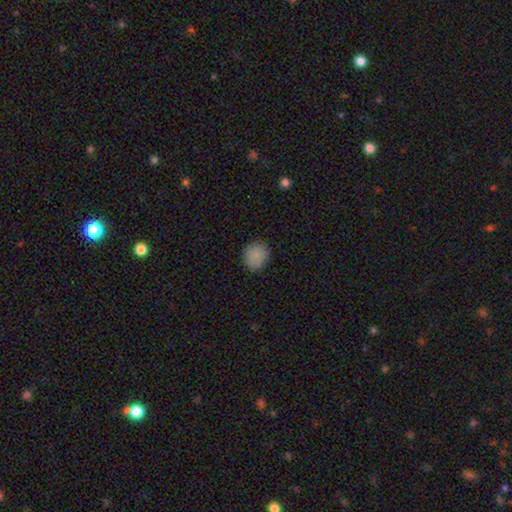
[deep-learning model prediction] smooth_or_featured: smooth (p=0.86) [alt: star or artifact p=0.09]
how_rounded: round (p=0.75) [alt: in between p=0.24]
merging: none (p=0.84) [alt: minor disturbance p=0.12]